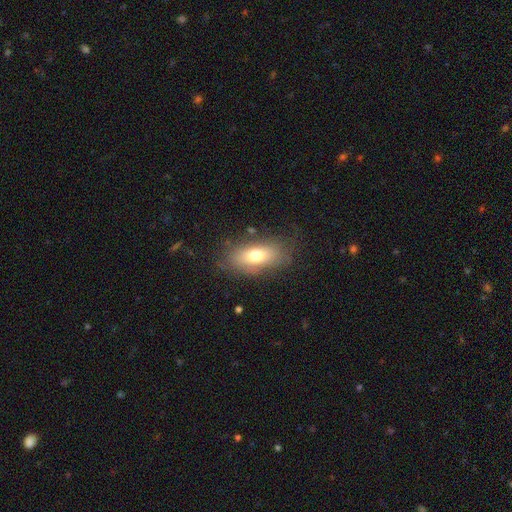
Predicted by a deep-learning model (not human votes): smooth_or_featured: smooth (p=0.70) [alt: featured or disk p=0.21]
how_rounded: in between (p=0.84) [alt: cigar-shaped p=0.10]
merging: none (p=0.73) [alt: minor disturbance p=0.17]